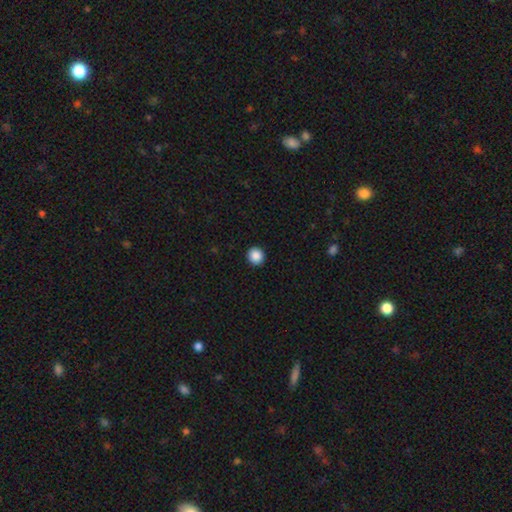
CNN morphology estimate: Smooth or featured? Predicted: smooth (p=0.88). How rounded? Predicted: round (p=0.91). Merging? Predicted: none (p=0.93).